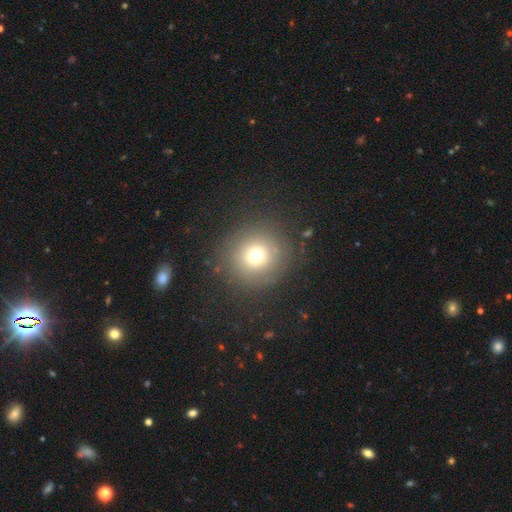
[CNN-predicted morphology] A smooth galaxy with no disk features (71%) that is round (93%).

Vote fractions:
- Smooth or featured? smooth: 71% / star or artifact: 16% / featured or disk: 13%
- How rounded? round: 93% / in between: 6% / cigar-shaped: 1%
- Merging? none: 84% / minor disturbance: 9% / major disturbance: 5% / merger: 2%